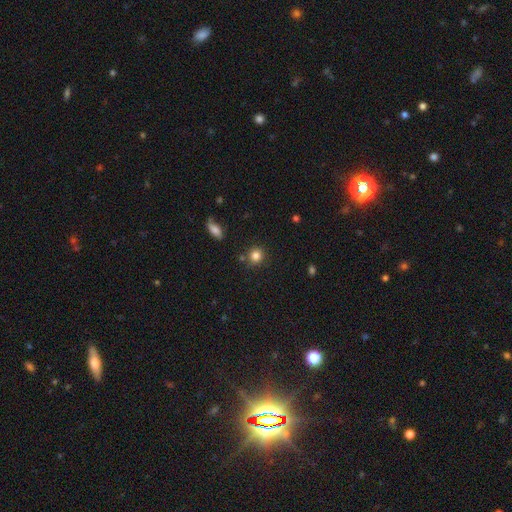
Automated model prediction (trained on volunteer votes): Smooth or featured? Predicted: smooth (p=0.83). How rounded? Predicted: round (p=0.88). Merging? Predicted: none (p=0.82).